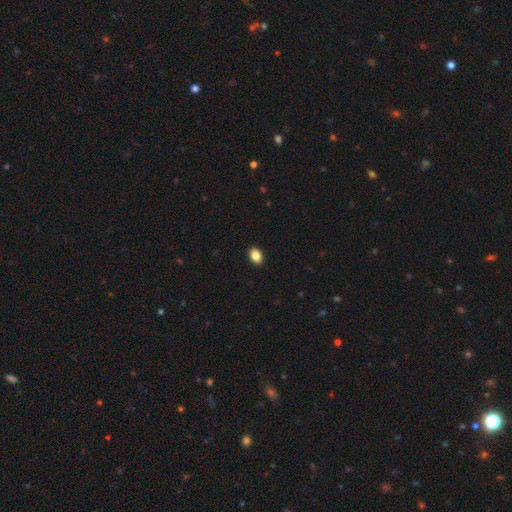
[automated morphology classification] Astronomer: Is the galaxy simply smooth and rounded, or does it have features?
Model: smooth — 86%.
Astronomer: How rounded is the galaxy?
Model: in between — 78%.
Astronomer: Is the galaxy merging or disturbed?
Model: none — 91%.